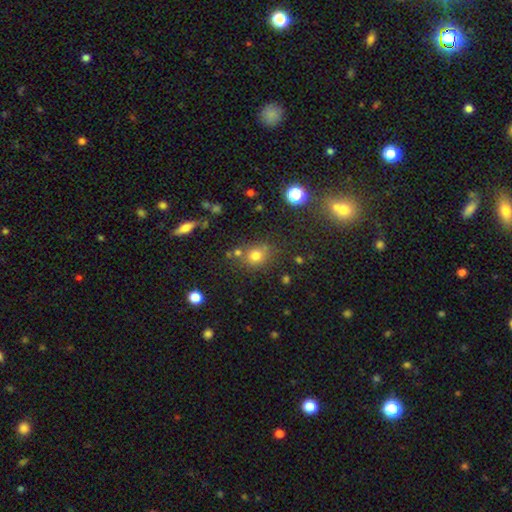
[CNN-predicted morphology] Q: Smooth or featured?
A: smooth (73%); runner-up: star or artifact (18%)
Q: How rounded?
A: round (74%); runner-up: in between (25%)
Q: Merging?
A: none (71%); runner-up: minor disturbance (13%)